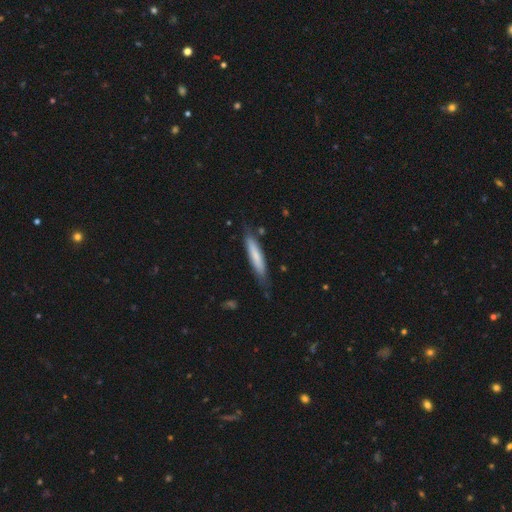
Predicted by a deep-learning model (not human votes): A smooth galaxy with no disk features (69%) that is cigar-shaped (89%). Merging: none (74%).